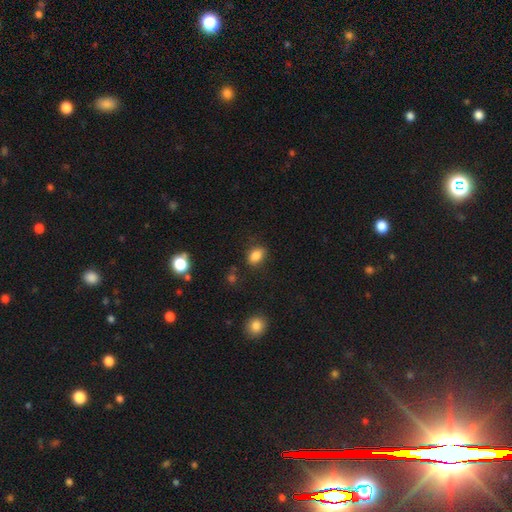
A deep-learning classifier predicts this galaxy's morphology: type=smooth (84%); roundness=in between (80%); merging=none (76%).